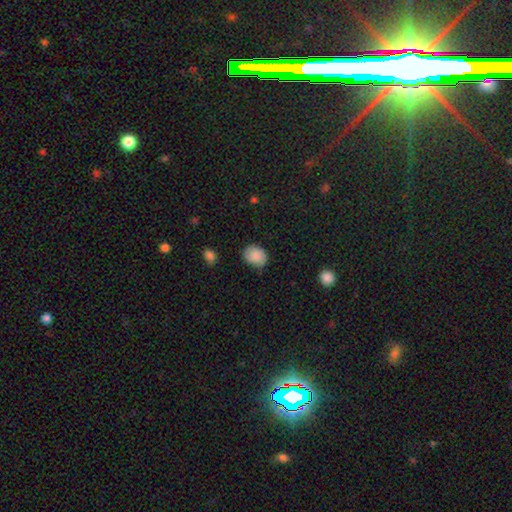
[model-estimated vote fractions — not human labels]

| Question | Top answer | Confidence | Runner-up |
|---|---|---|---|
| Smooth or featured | smooth | 82% | featured or disk (10%) |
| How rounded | in between | 52% | round (47%) |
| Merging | none | 66% | minor disturbance (27%) |